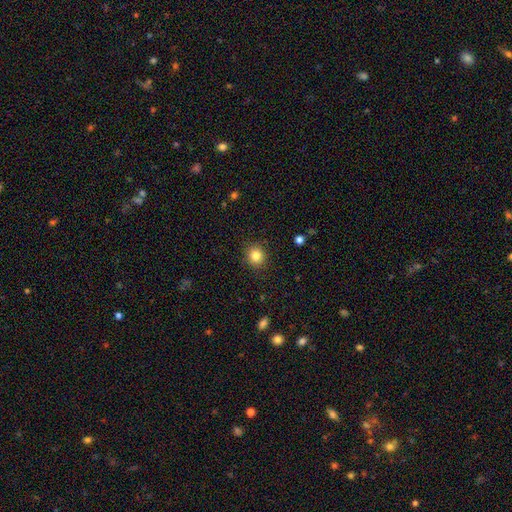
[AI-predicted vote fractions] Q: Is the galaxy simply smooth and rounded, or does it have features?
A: smooth — 83%.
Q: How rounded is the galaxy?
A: round — 86%.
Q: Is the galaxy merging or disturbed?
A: none — 90%.